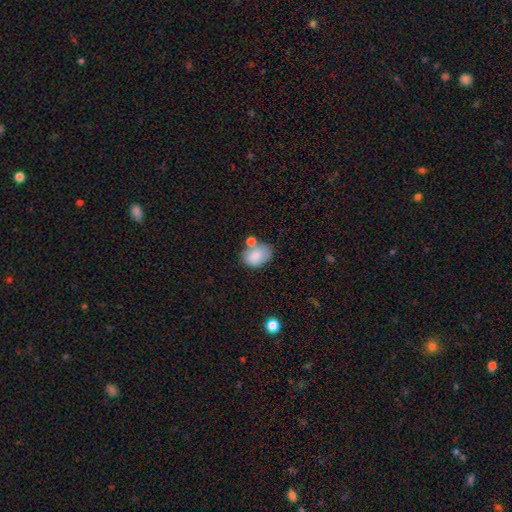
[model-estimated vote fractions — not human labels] Q: Smooth or featured?
A: smooth (83%); runner-up: featured or disk (9%)
Q: How rounded?
A: in between (77%); runner-up: round (21%)
Q: Merging?
A: none (52%); runner-up: merger (22%)